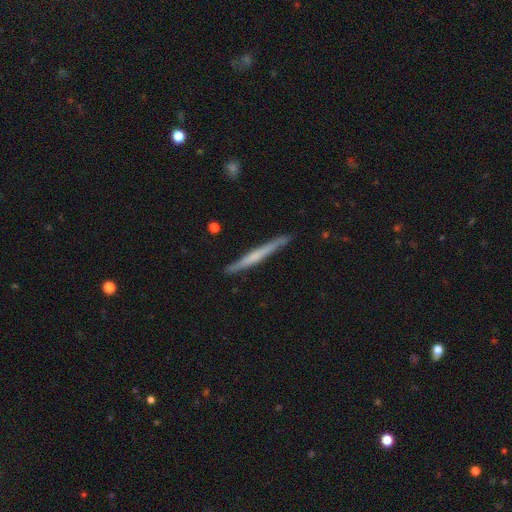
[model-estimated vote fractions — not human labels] This is possibly a featured or disk galaxy (55%). It is clearly viewed edge-on (97%). Edge-on bulge: likely none (62%). Merging: clearly none (89%).